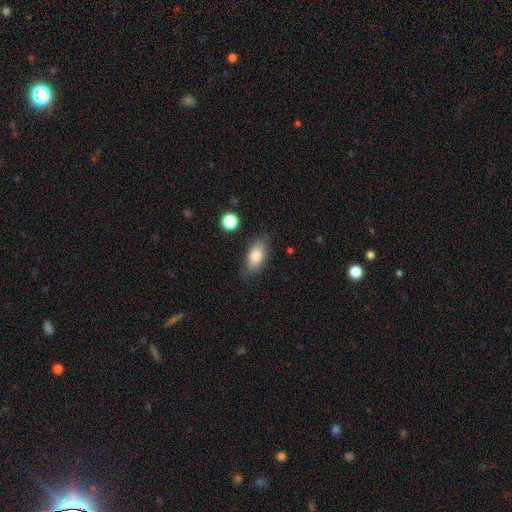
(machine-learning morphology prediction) Smooth or featured?
  - smooth: 82% *
  - featured or disk: 11%
  - star or artifact: 8%
How rounded?
  - in between: 88% *
  - cigar-shaped: 6%
  - round: 5%
Merging?
  - none: 78% *
  - minor disturbance: 16%
  - major disturbance: 4%
  - merger: 2%